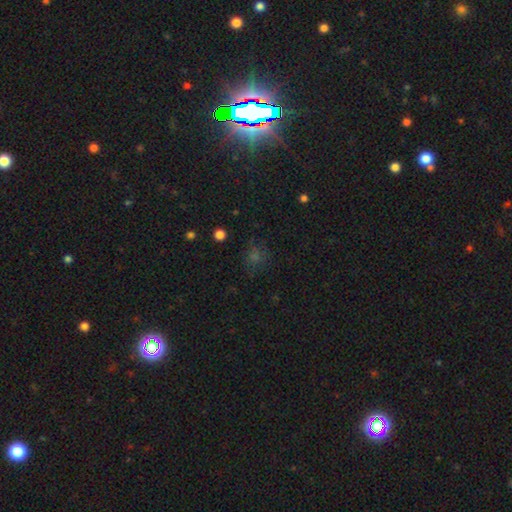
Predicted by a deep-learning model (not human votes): smooth-or-featured: star or artifact: 46% | smooth: 43% | featured or disk: 11%